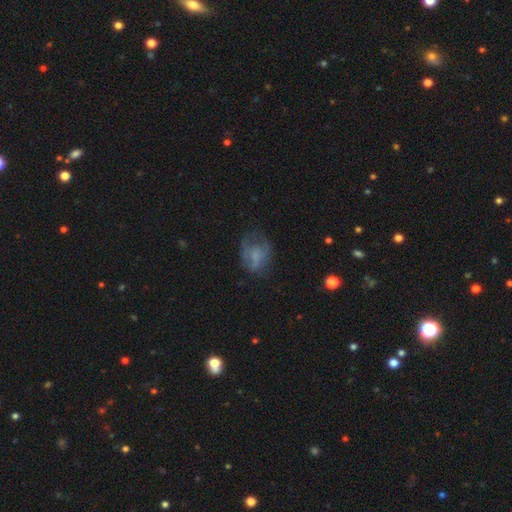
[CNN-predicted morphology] Smooth or featured?
  - smooth: 50% *
  - featured or disk: 37%
  - star or artifact: 13%
Merging?
  - none: 44% *
  - major disturbance: 28%
  - minor disturbance: 26%
  - merger: 2%